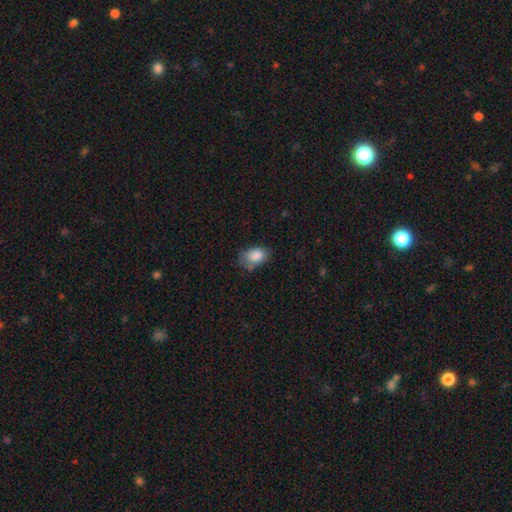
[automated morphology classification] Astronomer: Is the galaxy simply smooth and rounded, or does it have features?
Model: smooth — 83%.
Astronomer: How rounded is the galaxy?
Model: in between — 85%.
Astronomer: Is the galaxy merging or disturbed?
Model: none — 51% (runner-up: minor disturbance, 32%).